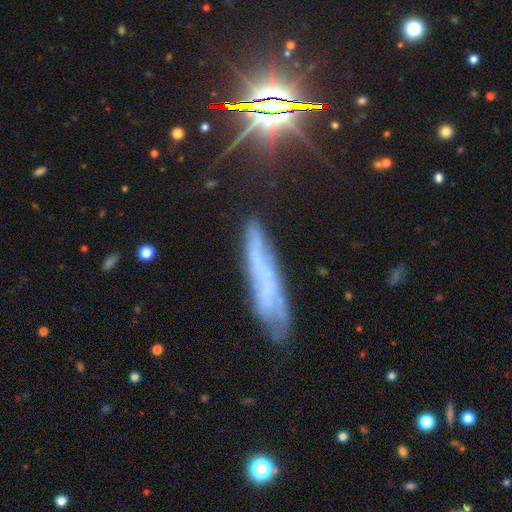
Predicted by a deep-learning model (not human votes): The model was most divided on "smooth or featured": smooth: 45%, featured or disk: 44%, star or artifact: 11%. More confident: merging — none (62%).